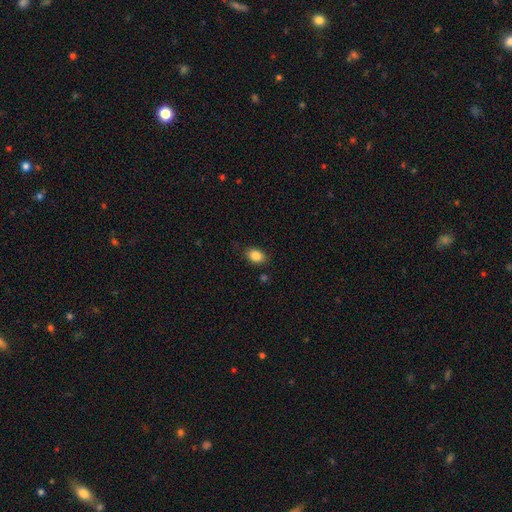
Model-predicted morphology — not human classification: type=smooth (86%); roundness=in between (77%); merging=none (84%).